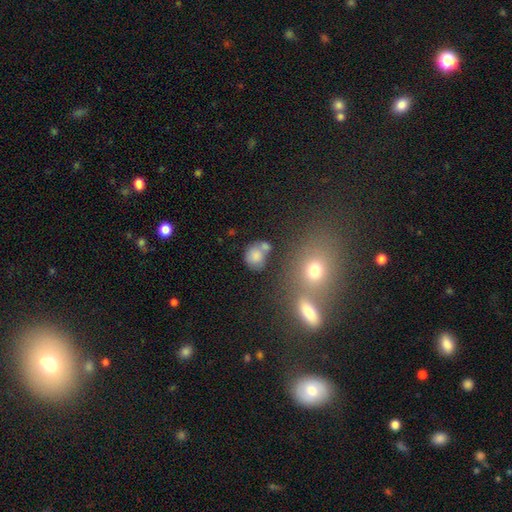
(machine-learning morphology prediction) Overall: smooth (76%). How rounded: round (68%; in between 31%). Merging: none (48%; merger 28%).